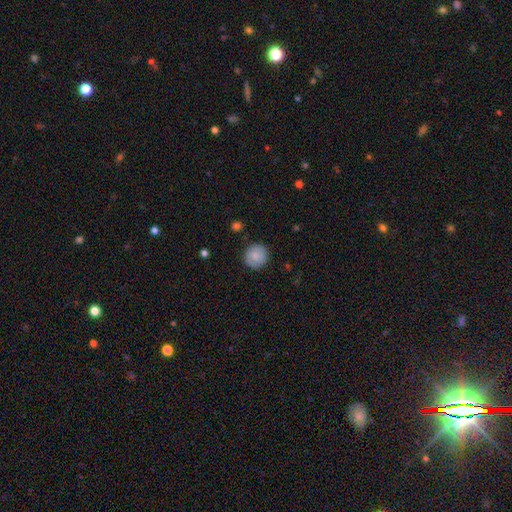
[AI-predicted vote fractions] A smooth galaxy with no disk features (86%) that is round (95%).

Vote fractions:
- Smooth or featured? smooth: 86% / star or artifact: 7% / featured or disk: 7%
- How rounded? round: 95% / in between: 4% / cigar-shaped: 1%
- Merging? none: 89% / minor disturbance: 8% / major disturbance: 2% / merger: 1%